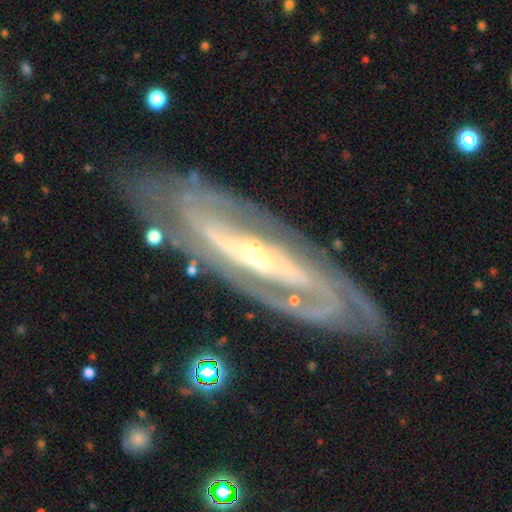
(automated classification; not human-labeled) Smooth or featured?
  - featured or disk: 87% *
  - smooth: 8%
  - star or artifact: 5%
Edge-on disk?
  - no: 79% *
  - yes: 21%
Bar?
  - strong: 39% *
  - no: 35%
  - weak: 26%
Spiral arms?
  - yes: 80% *
  - no: 20%
Spiral winding?
  - tight: 55% *
  - medium: 31%
  - loose: 14%
Spiral arm count?
  - 2: 56% *
  - can't tell: 26%
  - 3: 6%
  - 1: 5%
  - 4: 4%
  - more than 4: 4%
Bulge size?
  - moderate: 47% *
  - small: 45%
  - large: 5%
  - none: 2%
  - dominant: 2%
Merging?
  - none: 72% *
  - minor disturbance: 17%
  - major disturbance: 8%
  - merger: 3%